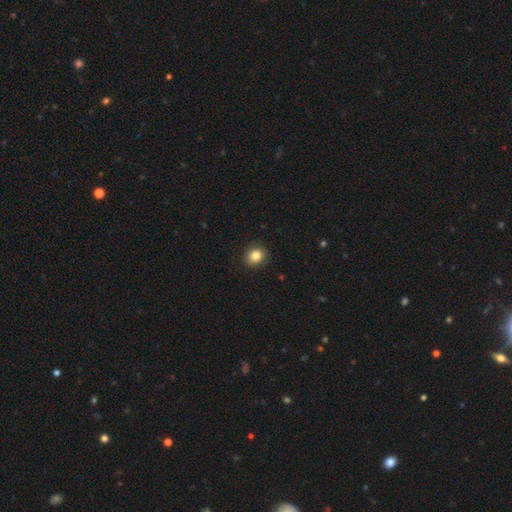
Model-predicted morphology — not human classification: This is clearly a smooth galaxy (84%). How rounded: likely round (72%). Merging: clearly none (90%).